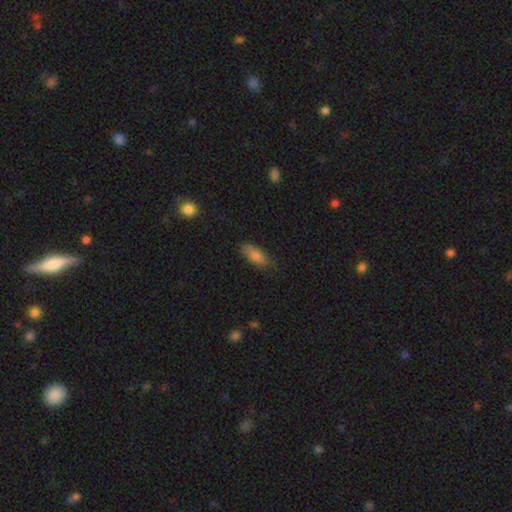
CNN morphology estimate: smooth-or-featured: smooth: 79% | featured or disk: 13% | star or artifact: 8%
  how-rounded: in between: 76% | cigar-shaped: 21% | round: 3%
  merging: none: 74% | minor disturbance: 21% | major disturbance: 4% | merger: 1%